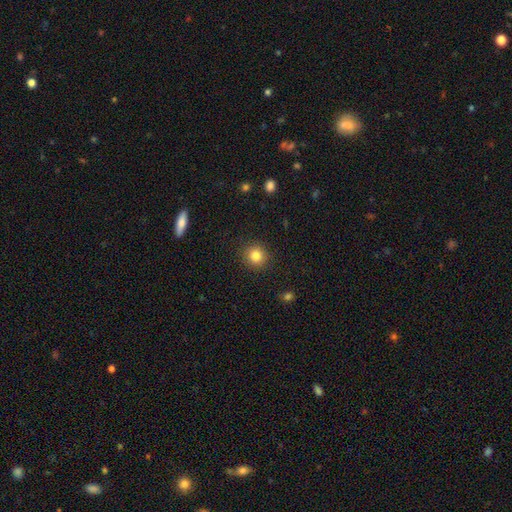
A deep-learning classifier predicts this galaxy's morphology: smooth-or-featured: smooth: 83% | star or artifact: 11% | featured or disk: 6%
  how-rounded: round: 92% | in between: 7% | cigar-shaped: 1%
  merging: none: 91% | minor disturbance: 6% | major disturbance: 2% | merger: 1%